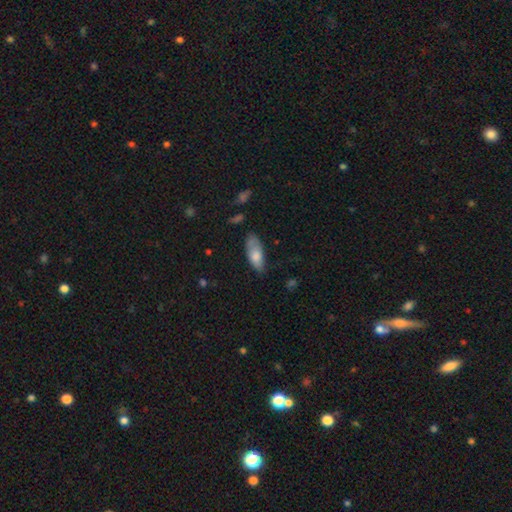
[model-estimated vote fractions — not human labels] Smooth or featured? smooth (76%)
How rounded? in between (78%)
Merging? none (54%)